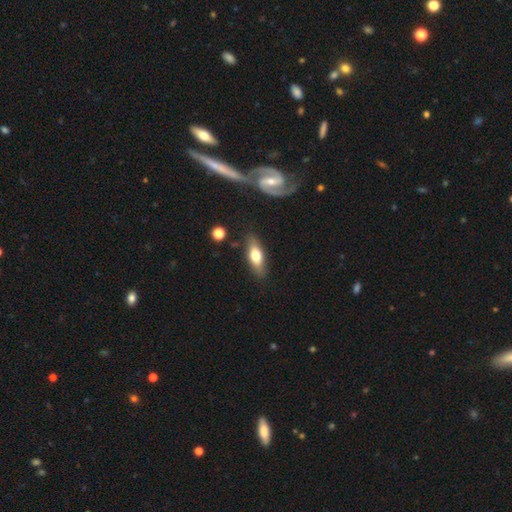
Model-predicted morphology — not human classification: smooth-or-featured: smooth: 64% | featured or disk: 30% | star or artifact: 6%
  how-rounded: in between: 65% | cigar-shaped: 32% | round: 3%
  merging: none: 81% | minor disturbance: 13% | major disturbance: 3% | merger: 3%